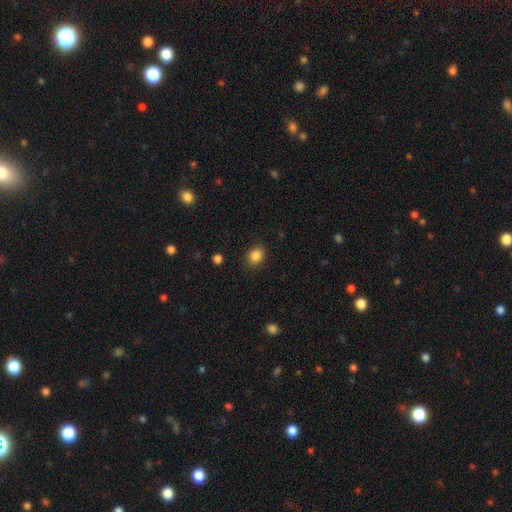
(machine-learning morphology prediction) This is clearly a smooth galaxy (85%). How rounded: likely round (60%). Merging: clearly none (87%).